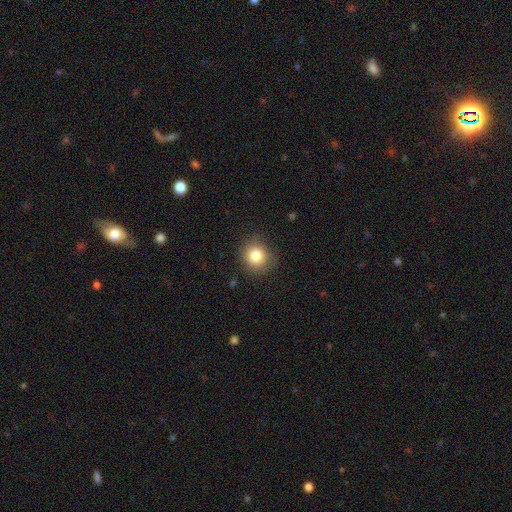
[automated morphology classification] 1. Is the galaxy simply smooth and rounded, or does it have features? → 82% smooth, 11% star or artifact, 7% featured or disk.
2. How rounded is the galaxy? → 86% round, 13% in between, 1% cigar-shaped.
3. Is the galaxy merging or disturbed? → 84% none, 12% minor disturbance, 3% major disturbance, 1% merger.